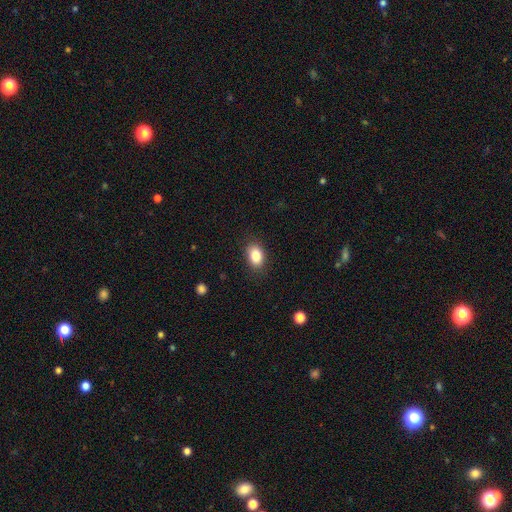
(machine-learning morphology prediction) Smooth or featured? smooth (85%)
How rounded? in between (83%)
Merging? none (86%)